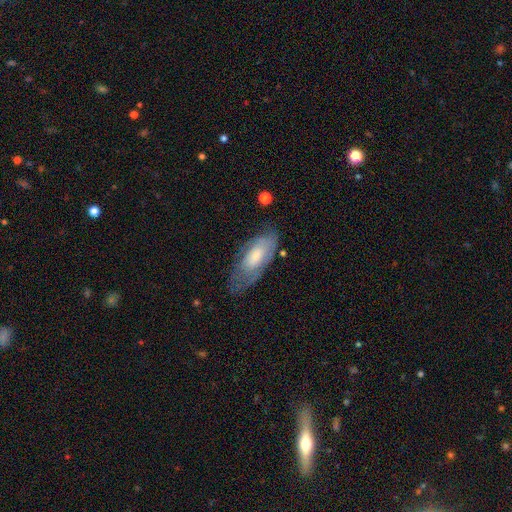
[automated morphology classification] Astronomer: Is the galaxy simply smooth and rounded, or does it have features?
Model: smooth — 48% (runner-up: featured or disk, 45%).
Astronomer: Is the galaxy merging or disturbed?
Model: none — 58%.